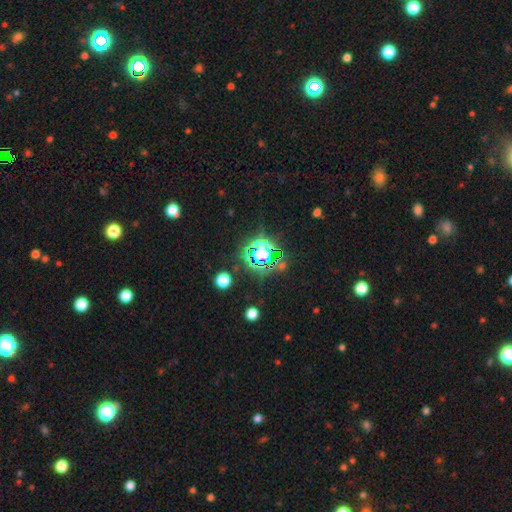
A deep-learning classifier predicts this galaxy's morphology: The model was most divided on "smooth or featured": star or artifact: 72%, smooth: 19%, featured or disk: 9%.